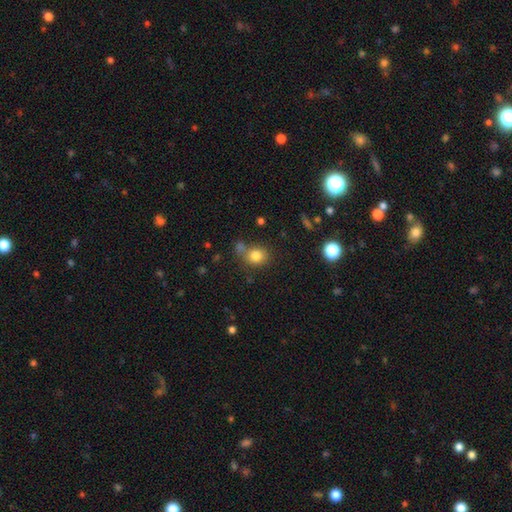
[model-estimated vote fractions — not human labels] This is clearly a smooth galaxy (81%). How rounded: likely round (71%). Merging: likely none (63%).